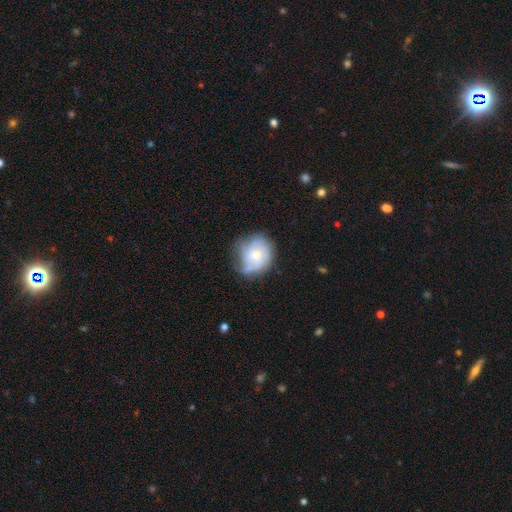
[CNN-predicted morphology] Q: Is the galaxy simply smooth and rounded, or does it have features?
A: featured or disk — 47%.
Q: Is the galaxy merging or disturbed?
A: none — 50%.